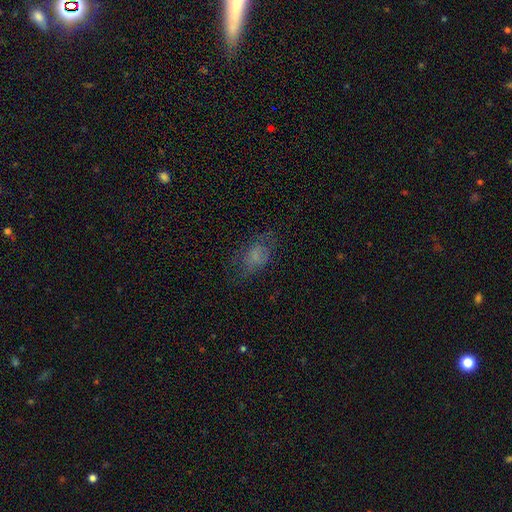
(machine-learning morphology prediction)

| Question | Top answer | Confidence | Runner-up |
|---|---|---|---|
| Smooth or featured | smooth | 61% | featured or disk (25%) |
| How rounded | in between | 85% | round (11%) |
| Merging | none | 59% | minor disturbance (22%) |